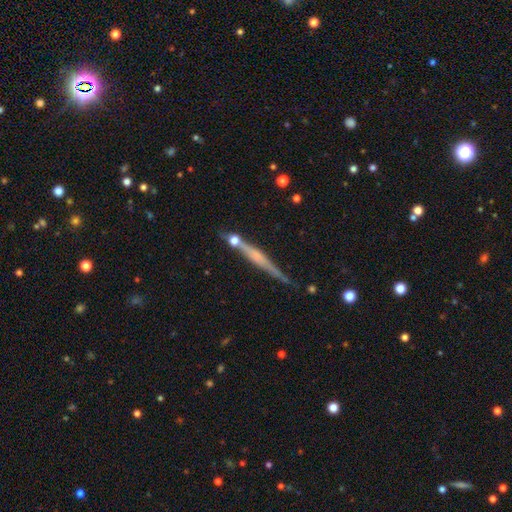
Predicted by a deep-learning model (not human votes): A featured or disk galaxy (67%) viewed edge-on (97%) with a rounded central bulge (42%). Merging: none (76%).